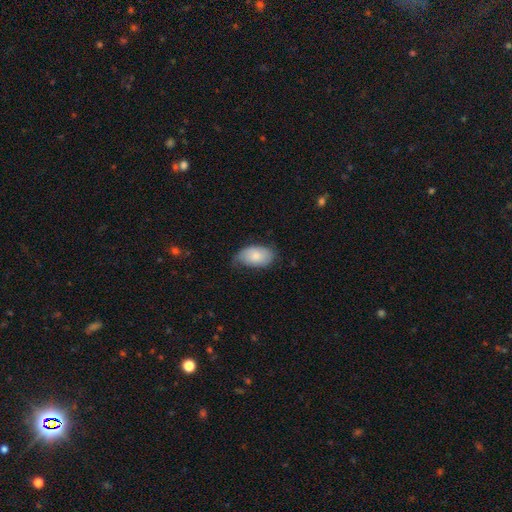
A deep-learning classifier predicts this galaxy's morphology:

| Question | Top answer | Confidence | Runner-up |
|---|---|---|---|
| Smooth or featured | smooth | 74% | featured or disk (20%) |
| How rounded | in between | 93% | round (6%) |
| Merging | none | 52% | minor disturbance (36%) |